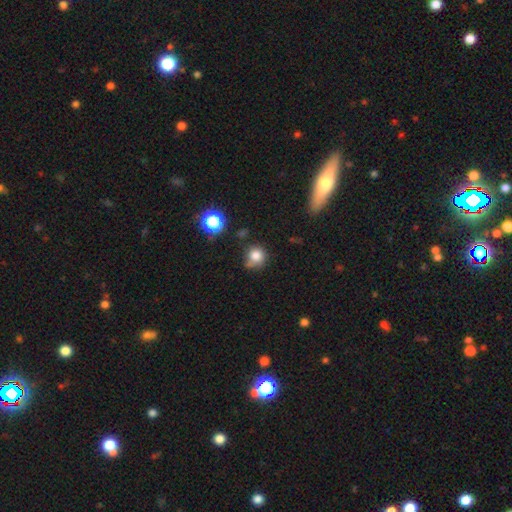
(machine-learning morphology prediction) A smooth galaxy with no disk features (81%) that is round (87%).

Vote fractions:
- Smooth or featured? smooth: 81% / star or artifact: 12% / featured or disk: 7%
- How rounded? round: 87% / in between: 12% / cigar-shaped: 1%
- Merging? none: 61% / minor disturbance: 25% / major disturbance: 7% / merger: 7%